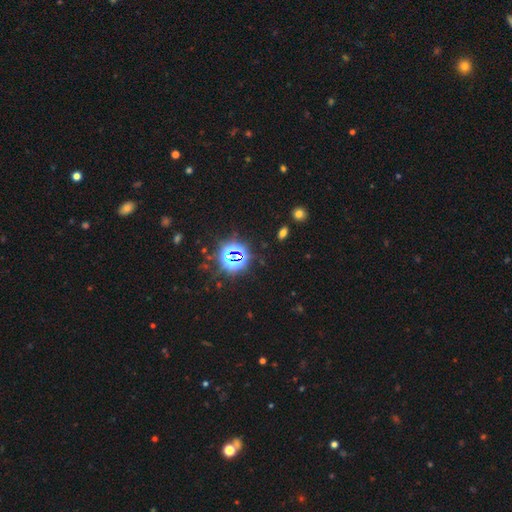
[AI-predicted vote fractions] Overall: star or artifact (79%).